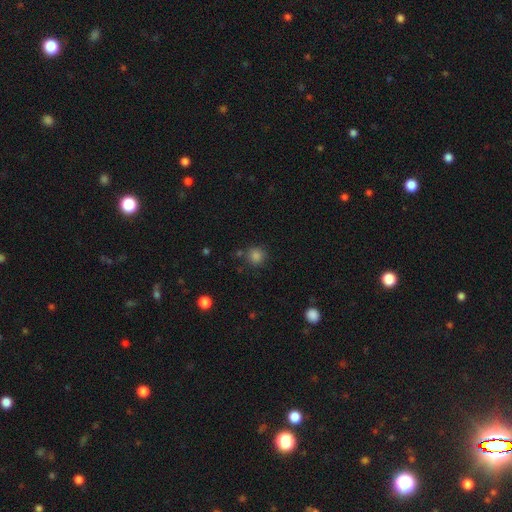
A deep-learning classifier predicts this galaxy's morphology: Smooth or featured? smooth (82%)
How rounded? round (90%)
Merging? none (80%)